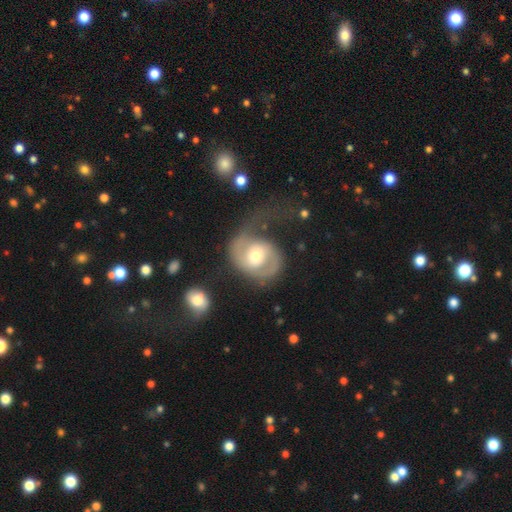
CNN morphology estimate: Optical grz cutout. It shows a featured or disk galaxy (76%) with no bar (52%), 2 (63%) medium (44%) spiral arms (89%) and a moderate central bulge (69%). Merging: major disturbance (43%).